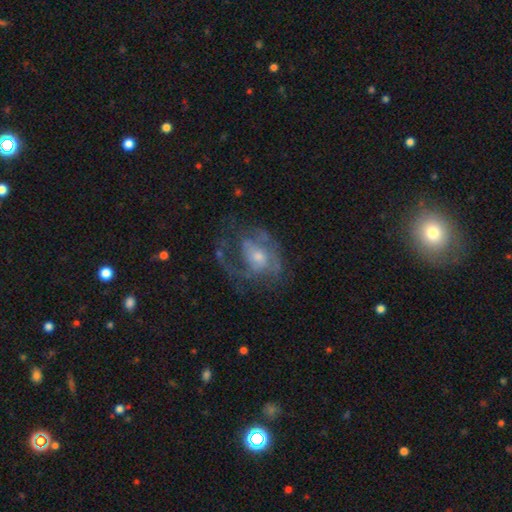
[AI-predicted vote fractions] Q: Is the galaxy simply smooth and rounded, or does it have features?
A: featured or disk — 79%.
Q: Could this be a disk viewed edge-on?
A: no — 97%.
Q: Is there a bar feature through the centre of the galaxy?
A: no — 59%.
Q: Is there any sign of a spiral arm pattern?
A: yes — 84%.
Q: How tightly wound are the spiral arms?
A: medium — 47%.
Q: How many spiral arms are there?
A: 2 — 43%.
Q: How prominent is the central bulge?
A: small — 48%.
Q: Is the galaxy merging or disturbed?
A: none — 52%.